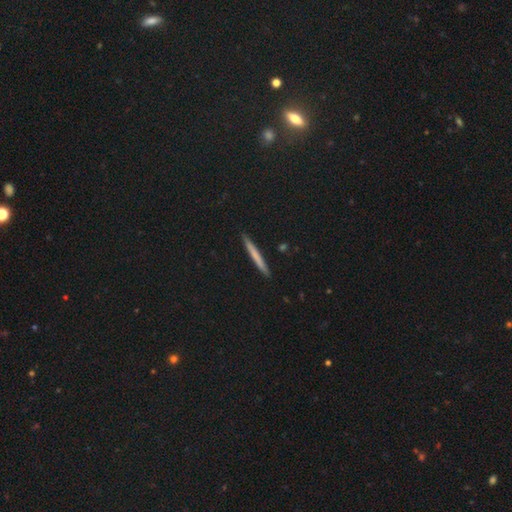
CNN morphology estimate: The model was most divided on "smooth or featured": smooth: 64%, featured or disk: 30%, star or artifact: 6%. More confident: how rounded — cigar-shaped (97%); merging — none (92%).